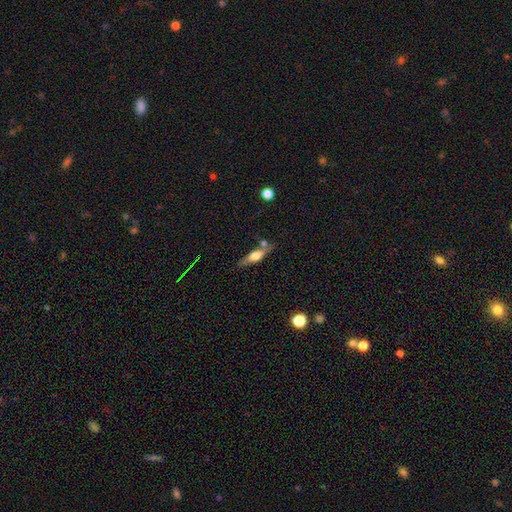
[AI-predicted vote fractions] This appears to be a featured or disk galaxy (52%) viewed edge-on (89%). Merging: none (68%).